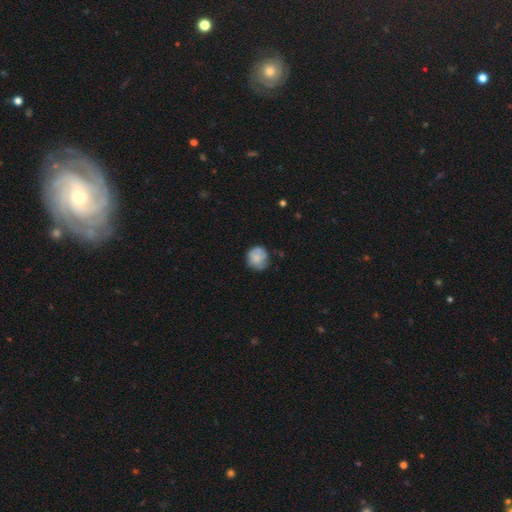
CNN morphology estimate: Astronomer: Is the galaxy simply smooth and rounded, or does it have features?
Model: smooth — 69%.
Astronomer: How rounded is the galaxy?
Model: round — 85%.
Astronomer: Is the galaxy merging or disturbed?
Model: none — 64%.